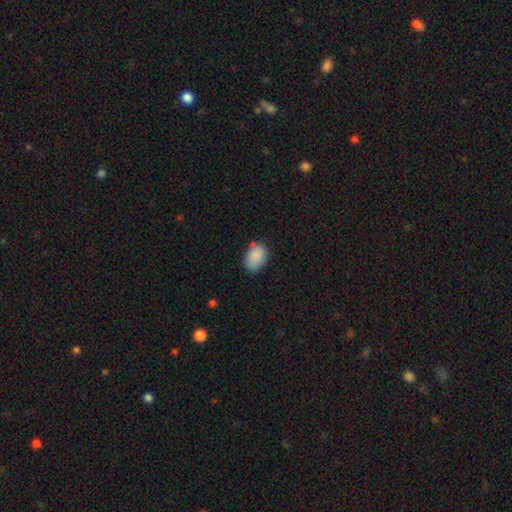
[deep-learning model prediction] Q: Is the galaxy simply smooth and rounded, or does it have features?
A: smooth — 87%.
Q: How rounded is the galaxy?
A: in between — 76%.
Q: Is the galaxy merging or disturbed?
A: none — 65%.